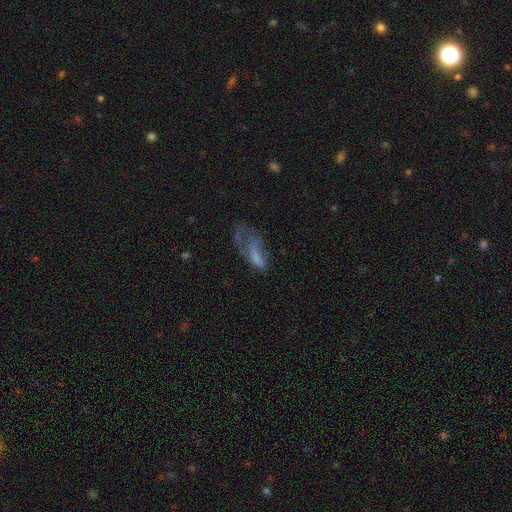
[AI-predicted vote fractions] Overall: smooth (50%; featured or disk 36%). How rounded: in between (75%). Merging: major disturbance (50%; none 22%).